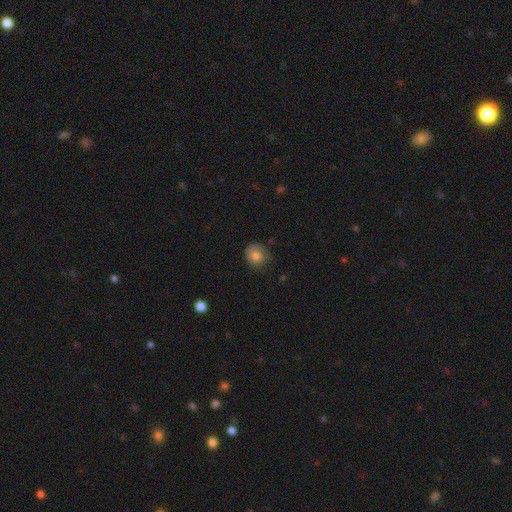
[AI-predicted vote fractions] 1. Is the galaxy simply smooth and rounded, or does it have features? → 78% smooth, 12% featured or disk, 11% star or artifact.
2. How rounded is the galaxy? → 89% round, 10% in between, 1% cigar-shaped.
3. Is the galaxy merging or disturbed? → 75% none, 19% minor disturbance, 4% major disturbance, 1% merger.